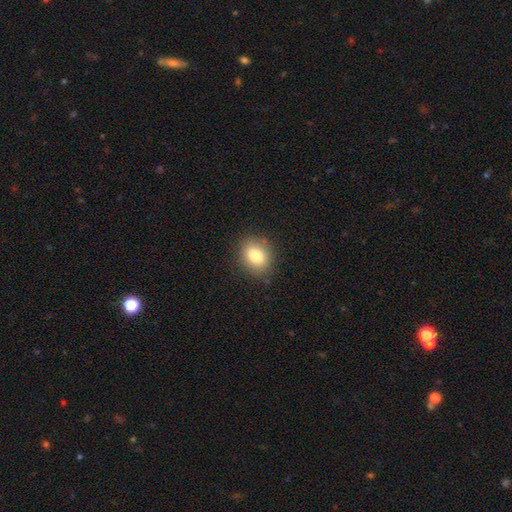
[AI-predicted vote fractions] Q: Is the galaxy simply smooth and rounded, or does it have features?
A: smooth — 82%.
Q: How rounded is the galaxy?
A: in between — 51%.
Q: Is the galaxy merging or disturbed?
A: none — 85%.